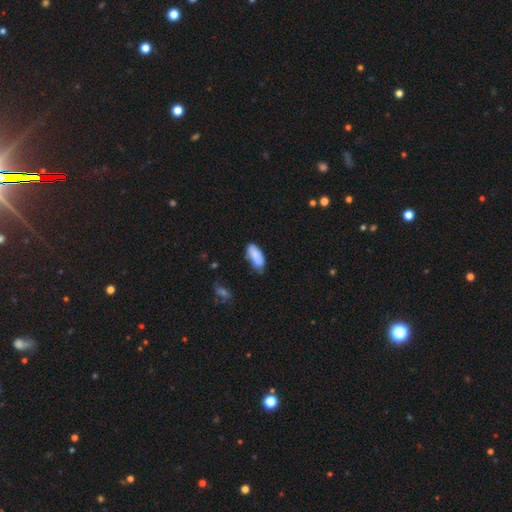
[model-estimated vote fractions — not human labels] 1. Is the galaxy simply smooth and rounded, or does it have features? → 82% smooth, 12% featured or disk, 7% star or artifact.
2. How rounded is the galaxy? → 87% in between, 11% cigar-shaped, 2% round.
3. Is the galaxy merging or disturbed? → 58% none, 32% minor disturbance, 6% major disturbance, 4% merger.